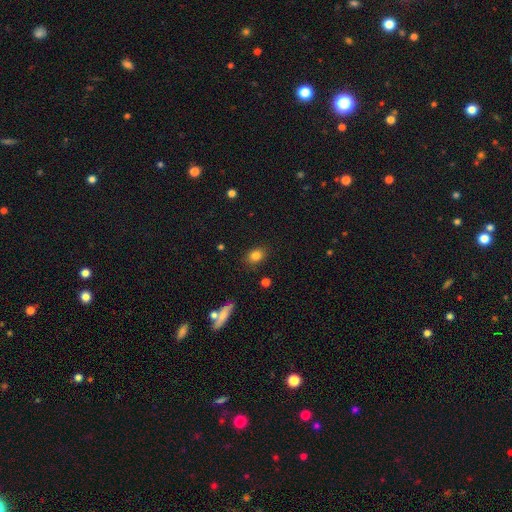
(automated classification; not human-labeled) Smooth or featured? Predicted: smooth (p=0.82). How rounded? Predicted: in between (p=0.57). Merging? Predicted: none (p=0.85).